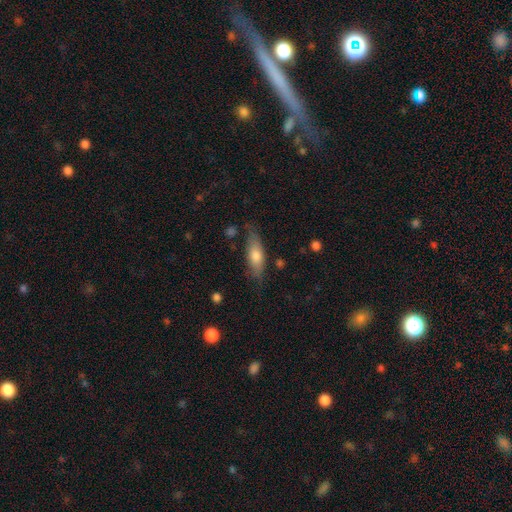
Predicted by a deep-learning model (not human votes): Smooth or featured: smooth — 69% (featured or disk — 25%)
How rounded: in between — 65% (cigar-shaped — 32%)
Merging: none — 70% (minor disturbance — 22%)